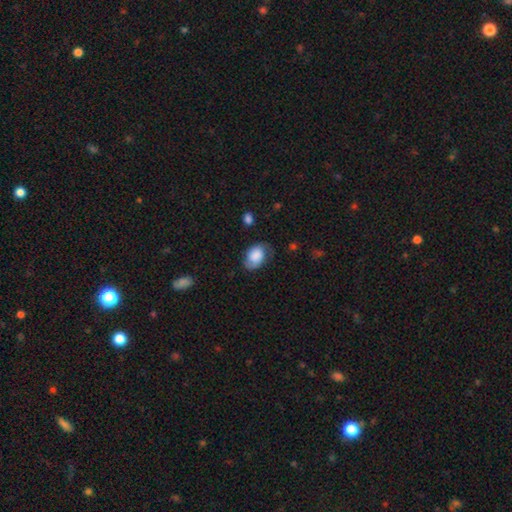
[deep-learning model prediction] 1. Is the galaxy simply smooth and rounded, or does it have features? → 61% smooth, 31% featured or disk, 8% star or artifact.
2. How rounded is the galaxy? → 81% in between, 17% round, 1% cigar-shaped.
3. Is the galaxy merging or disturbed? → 57% none, 29% minor disturbance, 11% major disturbance, 2% merger.